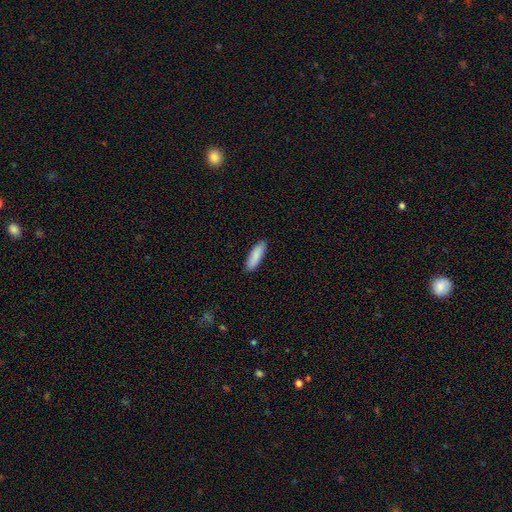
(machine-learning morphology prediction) This appears to be a smooth galaxy with no disk features (89%) that is cigar-shaped (52%). Merging: none (89%).